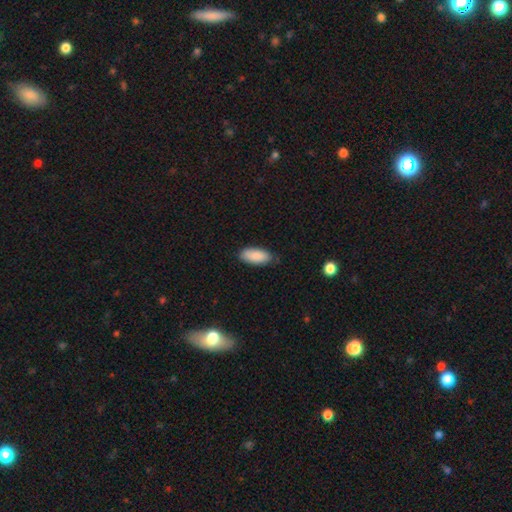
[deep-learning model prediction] A smooth galaxy with no disk features (89%) that is in between round and cigar-shaped (86%).

Vote fractions:
- Smooth or featured? smooth: 89% / star or artifact: 6% / featured or disk: 5%
- How rounded? in between: 86% / cigar-shaped: 12% / round: 2%
- Merging? none: 79% / minor disturbance: 17% / major disturbance: 3% / merger: 1%